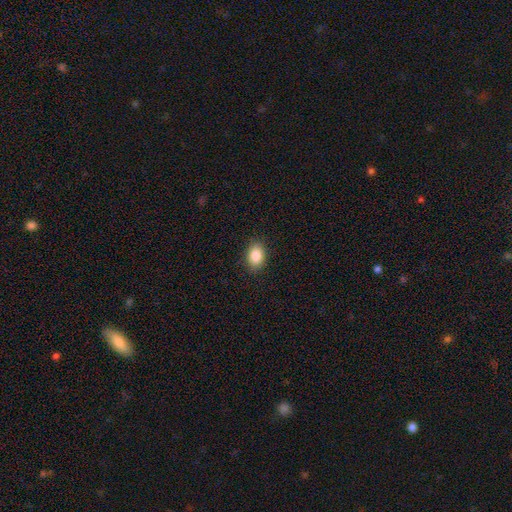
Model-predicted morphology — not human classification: Overall: smooth (86%). How rounded: in between (80%). Merging: none (89%).